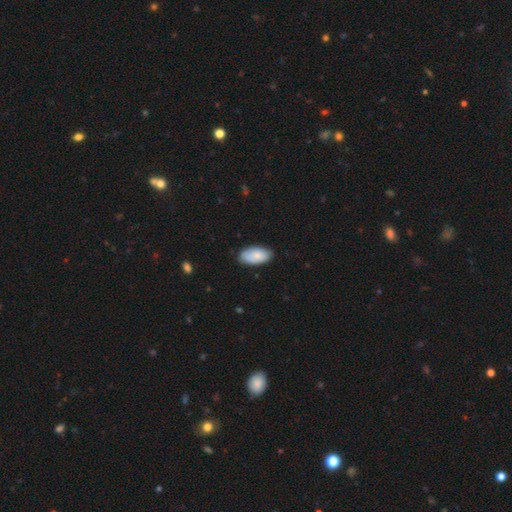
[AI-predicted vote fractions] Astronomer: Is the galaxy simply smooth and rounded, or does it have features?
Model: smooth — 80%.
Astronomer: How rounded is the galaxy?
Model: in between — 95%.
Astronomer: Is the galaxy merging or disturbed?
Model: none — 80%.